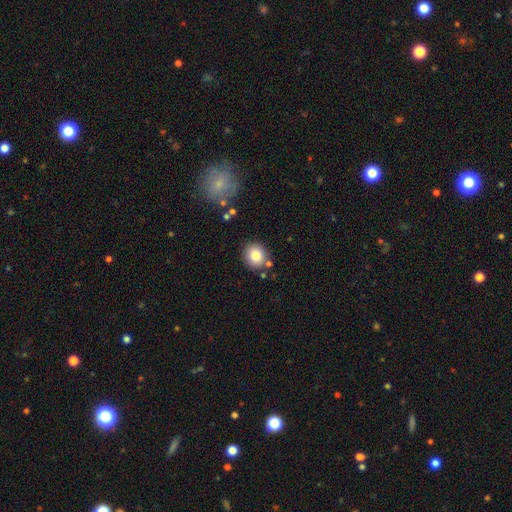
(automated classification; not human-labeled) Morphology: type=smooth (82%); roundness=round (84%); merging=none (81%).